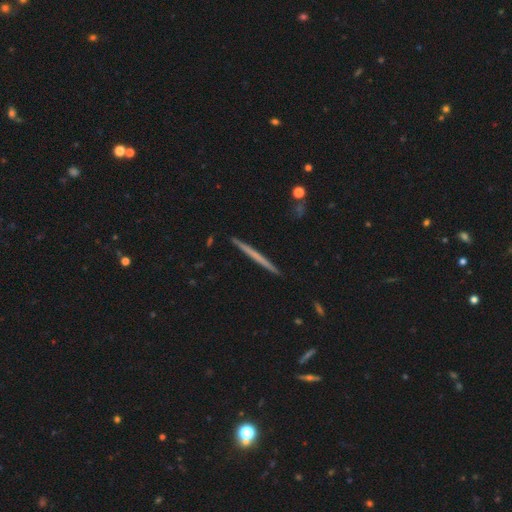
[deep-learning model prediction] A featured or disk galaxy (49%).

Vote fractions:
- Smooth or featured? featured or disk: 49% / smooth: 46% / star or artifact: 5%
- Merging? none: 93% / minor disturbance: 5% / merger: 1% / major disturbance: 1%